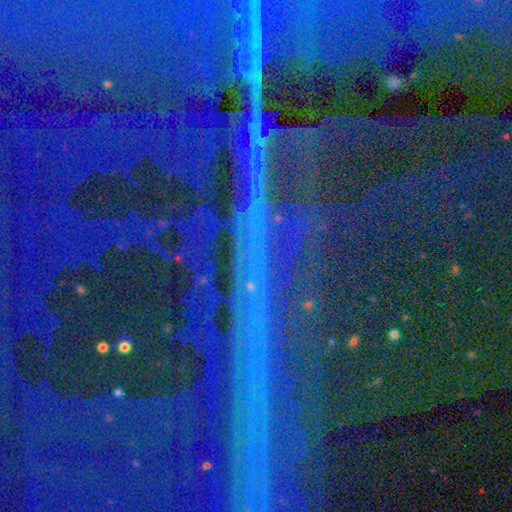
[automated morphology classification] A star or artifact, not a galaxy (89%).